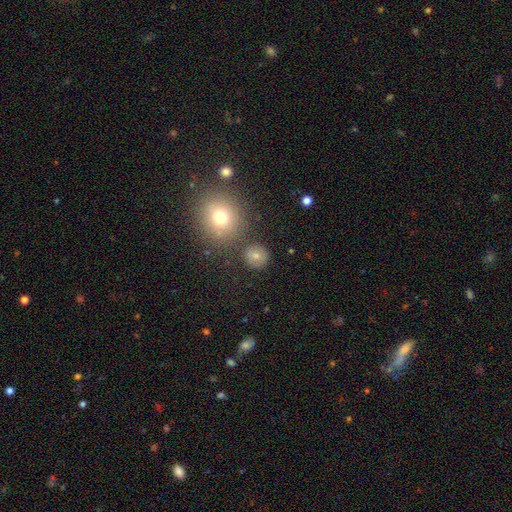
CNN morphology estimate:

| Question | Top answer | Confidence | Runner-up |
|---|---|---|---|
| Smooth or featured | smooth | 75% | star or artifact (14%) |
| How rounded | round | 91% | in between (8%) |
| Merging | none | 82% | minor disturbance (9%) |